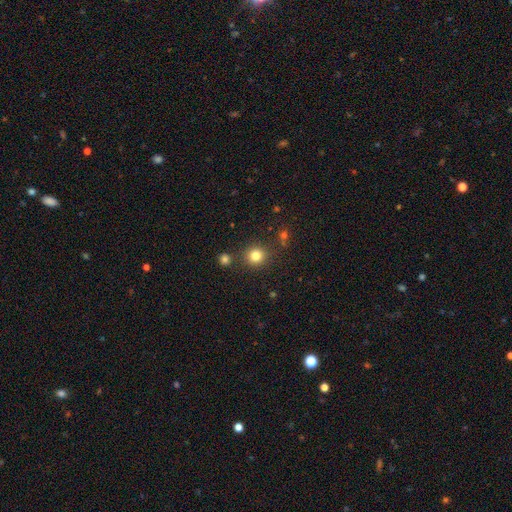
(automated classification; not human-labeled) This appears to be a smooth galaxy with no disk features (81%) that is round (91%). Merging: none (84%).